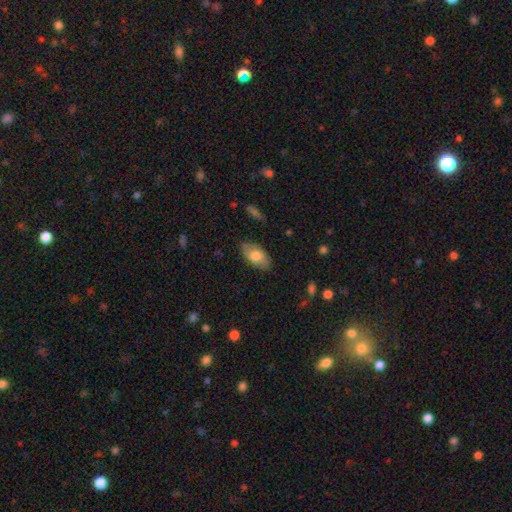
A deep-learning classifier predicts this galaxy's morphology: The model was most divided on "smooth or featured": smooth: 73%, featured or disk: 21%, star or artifact: 6%. More confident: how rounded — in between (94%); merging — none (83%).